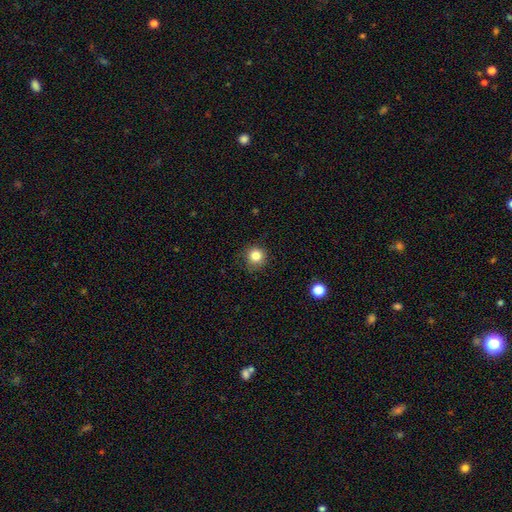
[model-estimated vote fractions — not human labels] Overall: smooth (83%). How rounded: round (94%). Merging: none (87%).